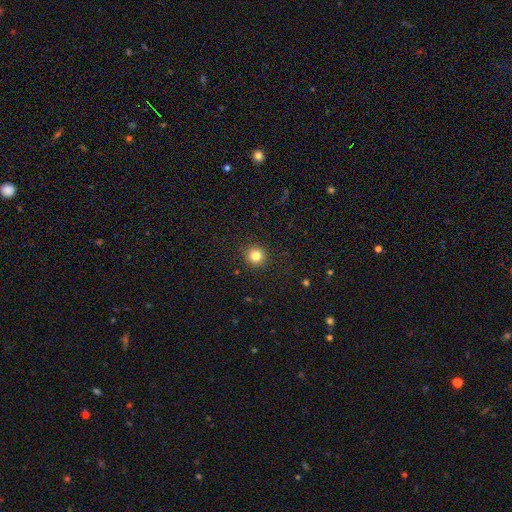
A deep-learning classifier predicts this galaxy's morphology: type=smooth (82%); roundness=round (94%); merging=none (92%).